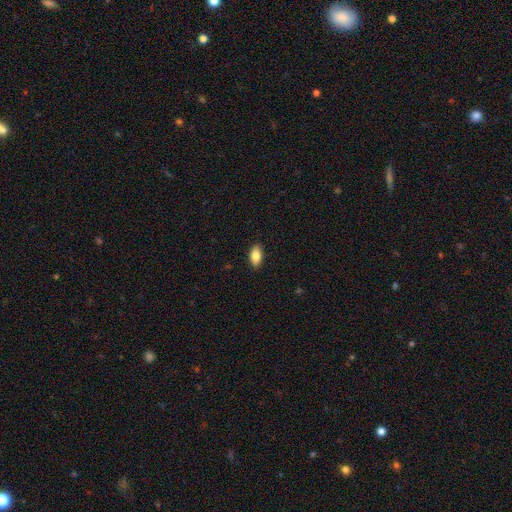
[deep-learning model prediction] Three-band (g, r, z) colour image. It shows a smooth galaxy with no disk features (83%) that is in between round and cigar-shaped (91%). Merging: none (89%).